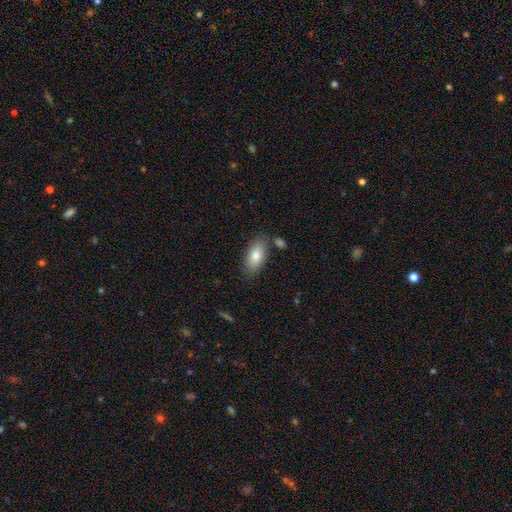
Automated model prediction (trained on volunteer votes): Q: Smooth or featured?
A: smooth (81%); runner-up: featured or disk (12%)
Q: How rounded?
A: in between (91%); runner-up: cigar-shaped (6%)
Q: Merging?
A: none (79%); runner-up: minor disturbance (12%)